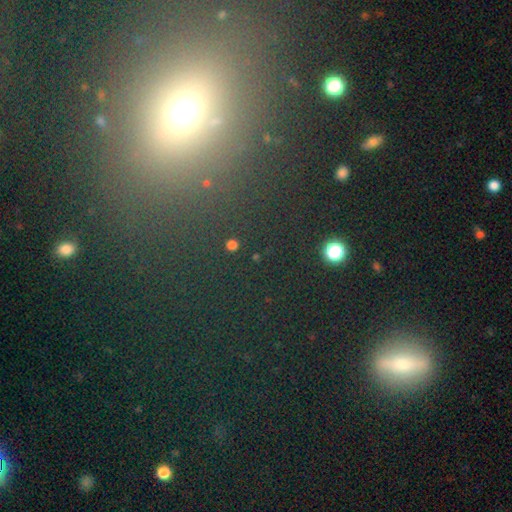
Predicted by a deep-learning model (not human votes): Q: Smooth or featured?
A: star or artifact (50%); runner-up: smooth (37%)